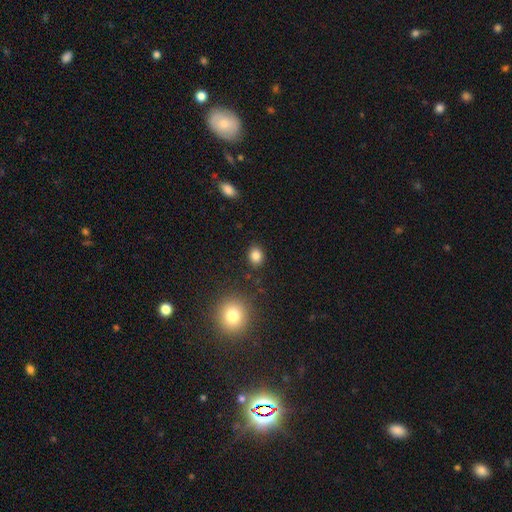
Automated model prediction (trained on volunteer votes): The model was most divided on "how rounded": round: 56%, in between: 43%, cigar-shaped: 1%. More confident: merging — none (86%); smooth or featured — smooth (84%).